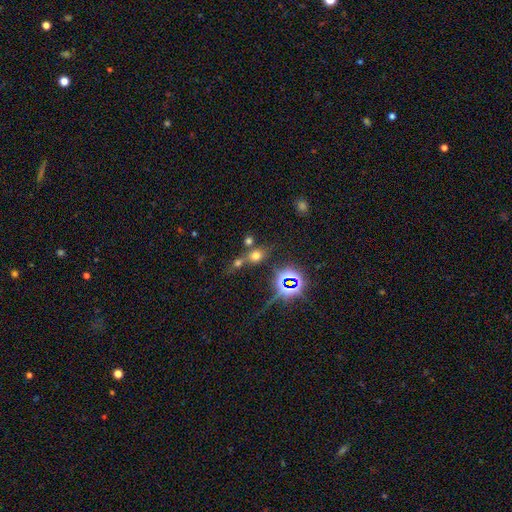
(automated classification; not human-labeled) smooth 55%, star or artifact 34%, featured or disk 11%. Down the decision tree: how rounded — round (64%); merging — none (53%).